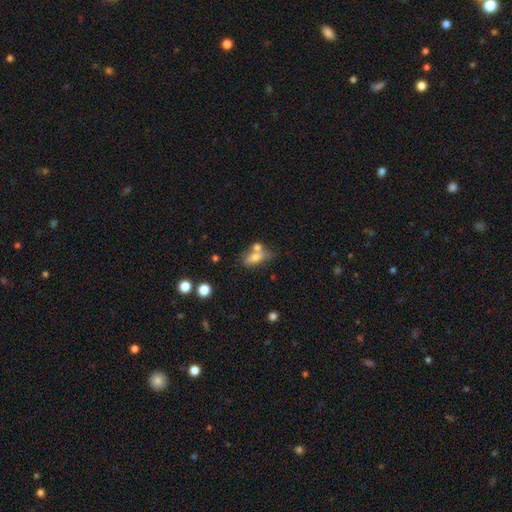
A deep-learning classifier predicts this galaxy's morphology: Smooth or featured?
  - smooth: 68% *
  - featured or disk: 22%
  - star or artifact: 9%
How rounded?
  - in between: 81% *
  - cigar-shaped: 9%
  - round: 9%
Merging?
  - merger: 40% *
  - none: 38%
  - minor disturbance: 15%
  - major disturbance: 8%